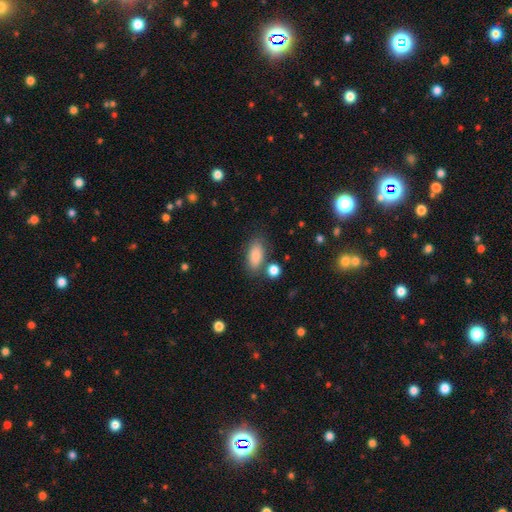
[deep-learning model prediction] smooth-or-featured: smooth: 85% | featured or disk: 8% | star or artifact: 7%
  how-rounded: in between: 88% | cigar-shaped: 7% | round: 5%
  merging: none: 71% | minor disturbance: 15% | merger: 8% | major disturbance: 5%